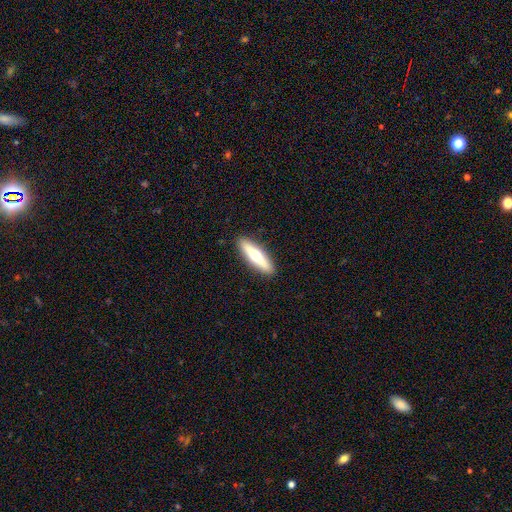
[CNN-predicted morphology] Q: Smooth or featured?
A: featured or disk (49%); runner-up: smooth (46%)
Q: Merging?
A: none (91%); runner-up: minor disturbance (7%)